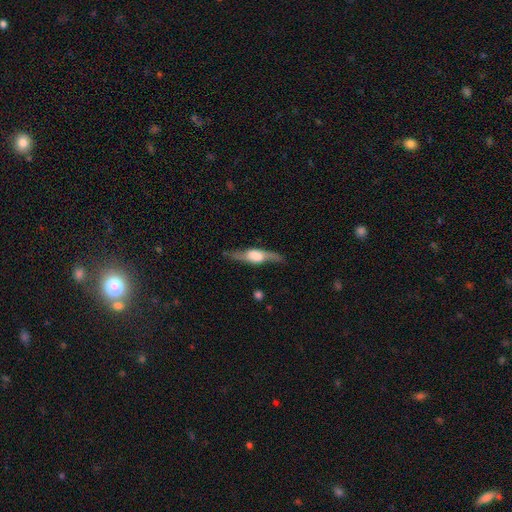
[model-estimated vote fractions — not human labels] The model was most divided on "smooth or featured": featured or disk: 72%, smooth: 23%, star or artifact: 6%. More confident: edge-on disk — yes (83%); merging — none (79%); edge-on bulge — rounded (75%).